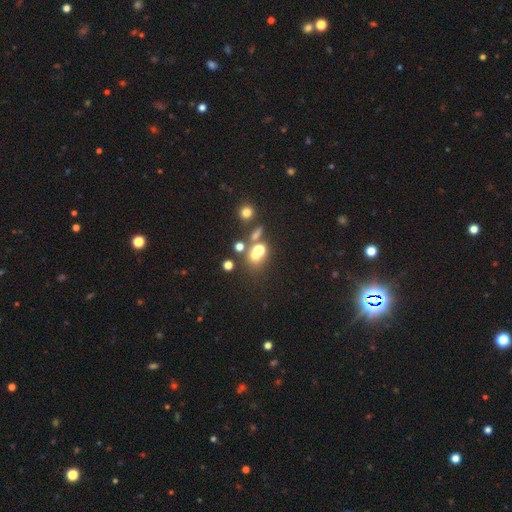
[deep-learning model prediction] smooth-or-featured: smooth: 53% | star or artifact: 31% | featured or disk: 16%
  how-rounded: round: 70% | in between: 28% | cigar-shaped: 2%
  merging: none: 47% | merger: 37% | minor disturbance: 9% | major disturbance: 7%